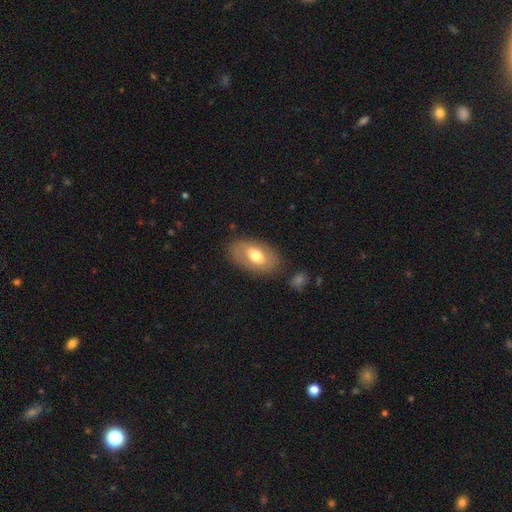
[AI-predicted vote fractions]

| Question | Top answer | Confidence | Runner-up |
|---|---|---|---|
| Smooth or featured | smooth | 62% | featured or disk (32%) |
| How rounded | in between | 91% | round (7%) |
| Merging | none | 80% | minor disturbance (13%) |